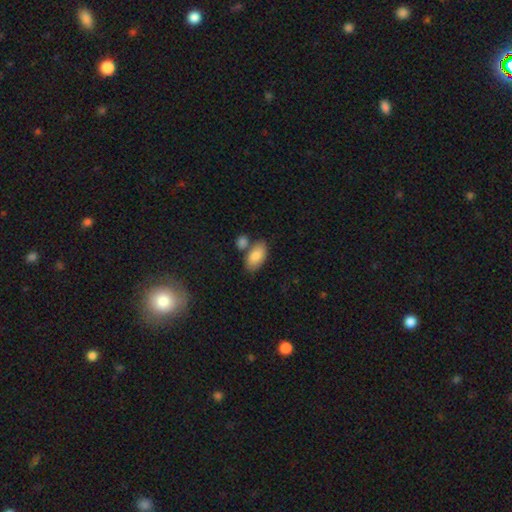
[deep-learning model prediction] smooth-or-featured: smooth: 83% | featured or disk: 10% | star or artifact: 6%
  how-rounded: in between: 94% | round: 4% | cigar-shaped: 2%
  merging: none: 58% | merger: 22% | minor disturbance: 15% | major disturbance: 4%